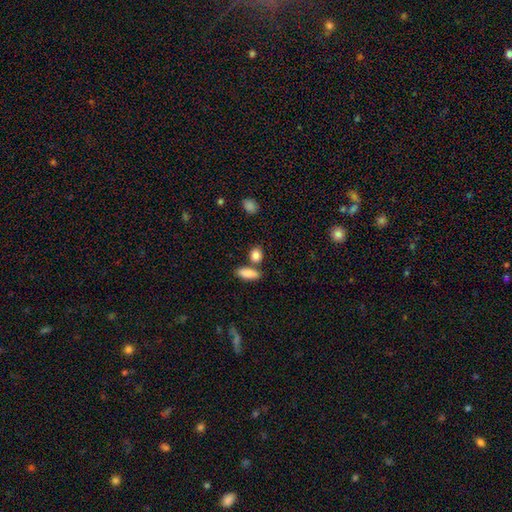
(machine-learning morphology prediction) type=smooth (87%); roundness=in between (52%); merging=none (67%).